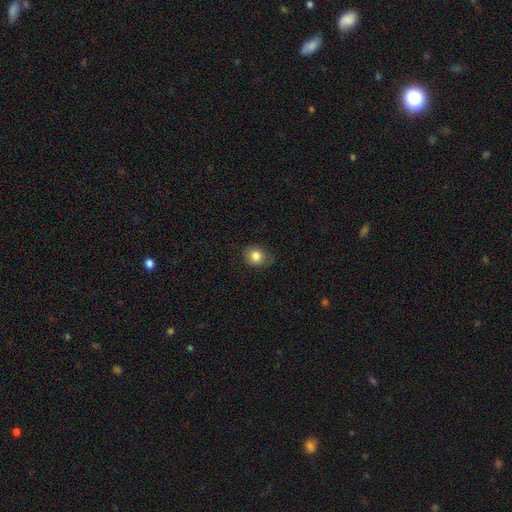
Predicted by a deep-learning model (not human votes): smooth-or-featured: smooth: 83% | star or artifact: 10% | featured or disk: 7%
  how-rounded: round: 73% | in between: 26% | cigar-shaped: 1%
  merging: none: 75% | minor disturbance: 19% | major disturbance: 4% | merger: 1%